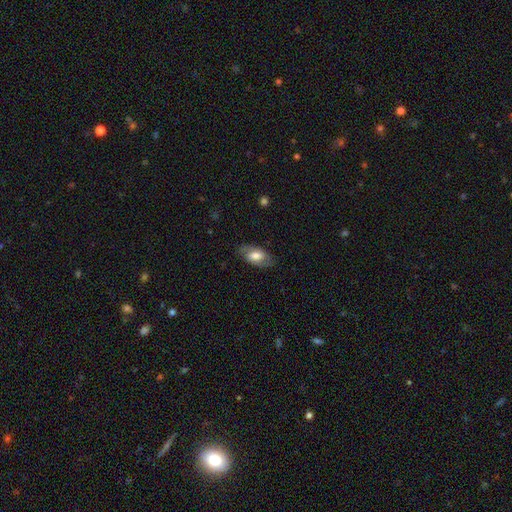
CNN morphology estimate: Smooth or featured?
  - smooth: 57% *
  - featured or disk: 36%
  - star or artifact: 6%
How rounded?
  - in between: 92% *
  - round: 5%
  - cigar-shaped: 3%
Merging?
  - none: 78% *
  - minor disturbance: 16%
  - major disturbance: 5%
  - merger: 1%